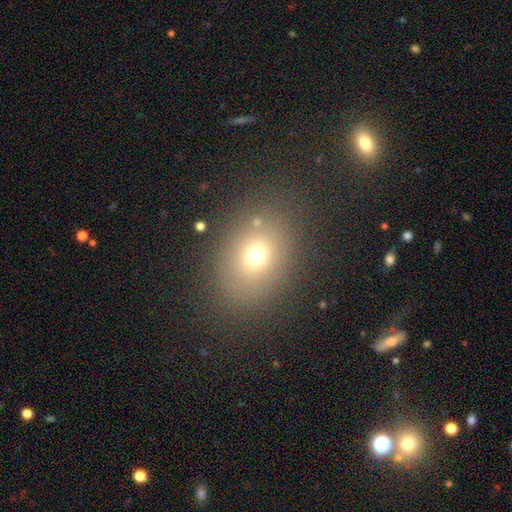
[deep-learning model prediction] smooth 70%, star or artifact 18%, featured or disk 12%. Down the decision tree: how rounded — in between (58%); merging — none (81%).